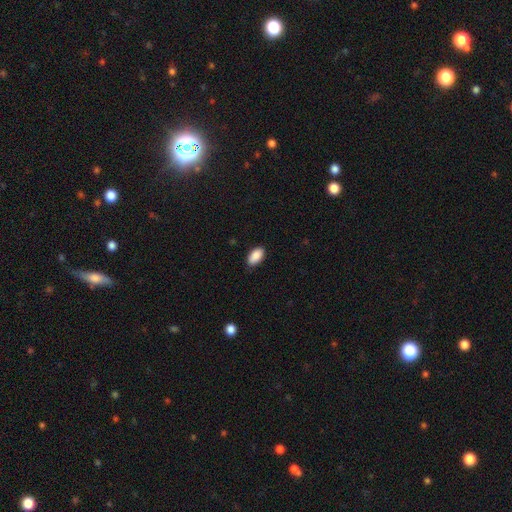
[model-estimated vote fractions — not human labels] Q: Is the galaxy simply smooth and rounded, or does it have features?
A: smooth — 90%.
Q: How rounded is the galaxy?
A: in between — 94%.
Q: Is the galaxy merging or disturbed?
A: none — 83%.